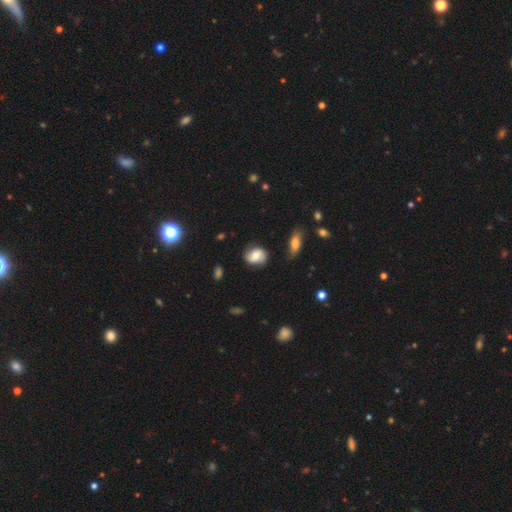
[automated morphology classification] Smooth or featured?
  - smooth: 50% *
  - featured or disk: 42%
  - star or artifact: 8%
Merging?
  - none: 76% *
  - minor disturbance: 17%
  - major disturbance: 5%
  - merger: 2%